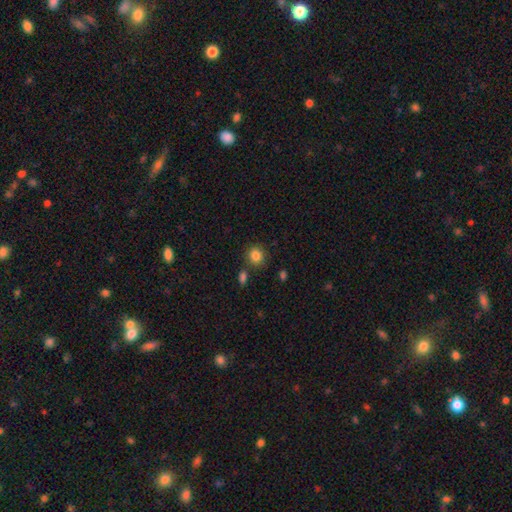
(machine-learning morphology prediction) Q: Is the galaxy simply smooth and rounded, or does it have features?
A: smooth — 84%.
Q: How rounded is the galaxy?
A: round — 80%.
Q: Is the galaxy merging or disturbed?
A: none — 80%.